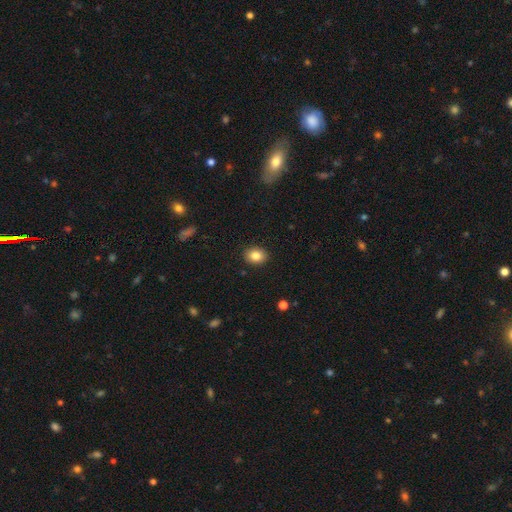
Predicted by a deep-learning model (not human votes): smooth_or_featured: smooth (p=0.85) [alt: star or artifact p=0.09]
how_rounded: in between (p=0.55) [alt: round p=0.45]
merging: none (p=0.90) [alt: minor disturbance p=0.07]